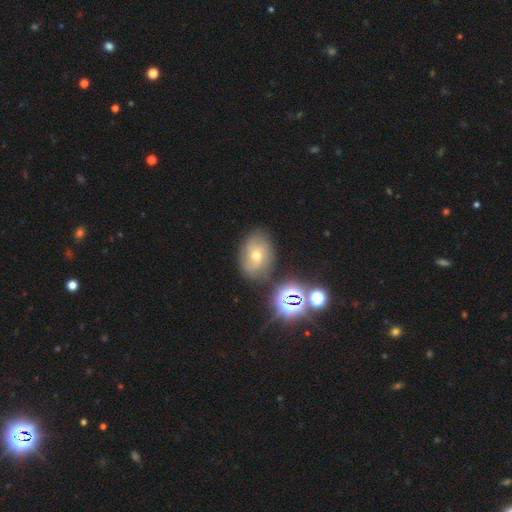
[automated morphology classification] A smooth galaxy with no disk features (38%). Merging: none (77%).